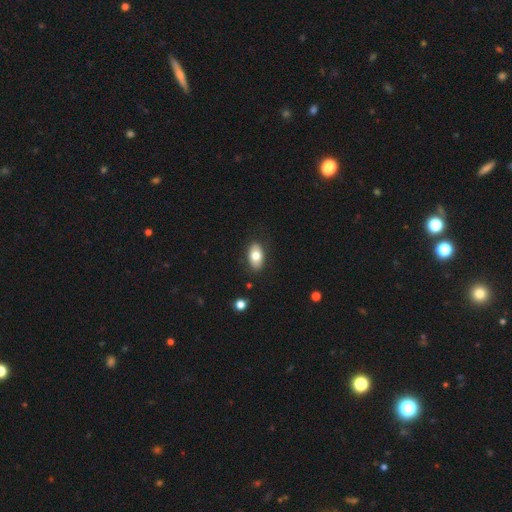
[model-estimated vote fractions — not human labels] This appears to be a smooth galaxy with no disk features (76%) that is in between round and cigar-shaped (92%). Merging: none (87%).